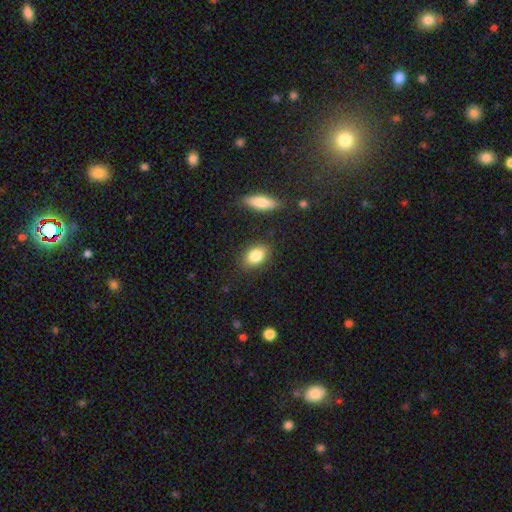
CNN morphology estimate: Overall: smooth (84%). How rounded: in between (81%). Merging: none (83%).